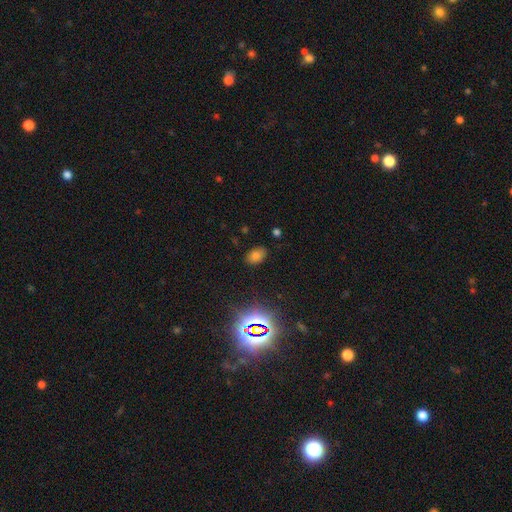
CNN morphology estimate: Overall: smooth (62%; star or artifact 30%). How rounded: in between (82%). Merging: none (84%).